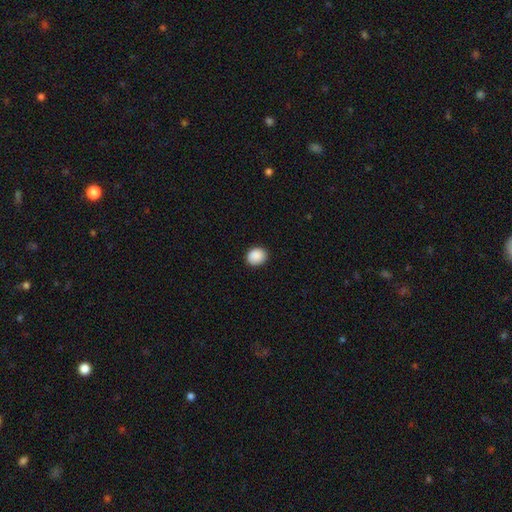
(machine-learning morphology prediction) The model was most divided on "how rounded": round: 63%, in between: 36%, cigar-shaped: 1%. More confident: smooth or featured — smooth (90%); merging — none (90%).